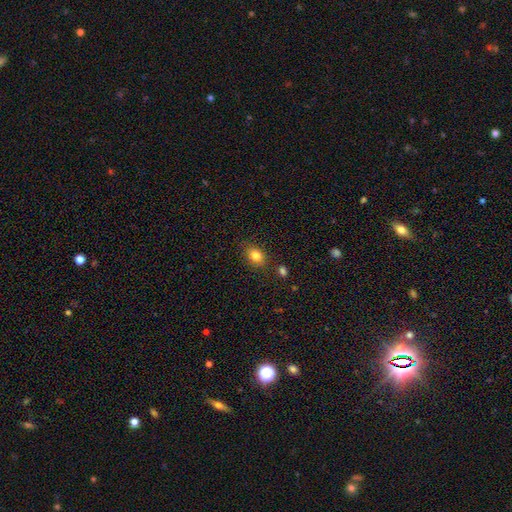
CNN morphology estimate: smooth-or-featured: smooth: 83% | star or artifact: 10% | featured or disk: 6%
  how-rounded: in between: 63% | round: 36% | cigar-shaped: 1%
  merging: none: 82% | minor disturbance: 12% | merger: 3% | major disturbance: 3%